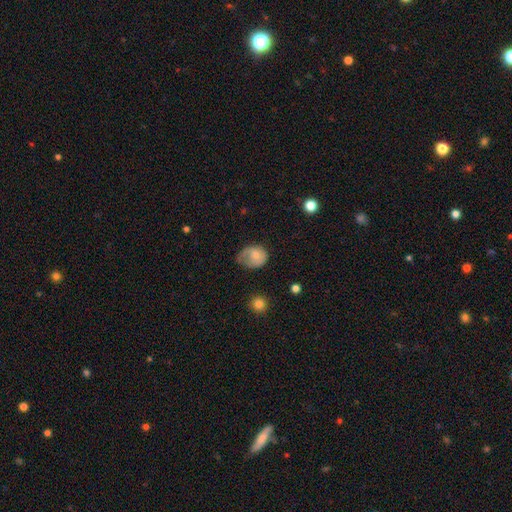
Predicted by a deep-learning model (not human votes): The model was most divided on "how rounded": round: 51%, in between: 48%, cigar-shaped: 1%. Remaining: smooth or featured — smooth (63%); merging — minor disturbance (38%).